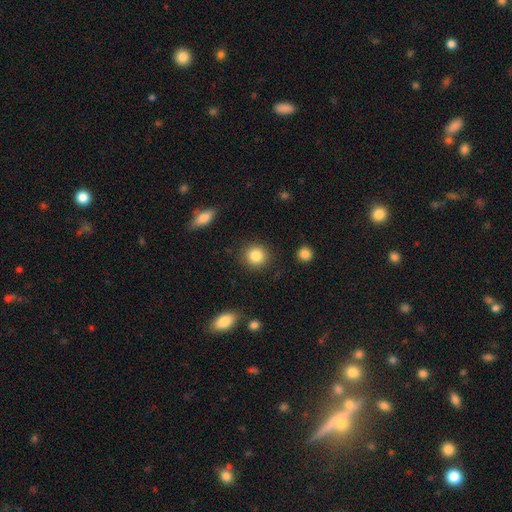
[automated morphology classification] type=smooth (86%); roundness=round (90%); merging=none (89%).